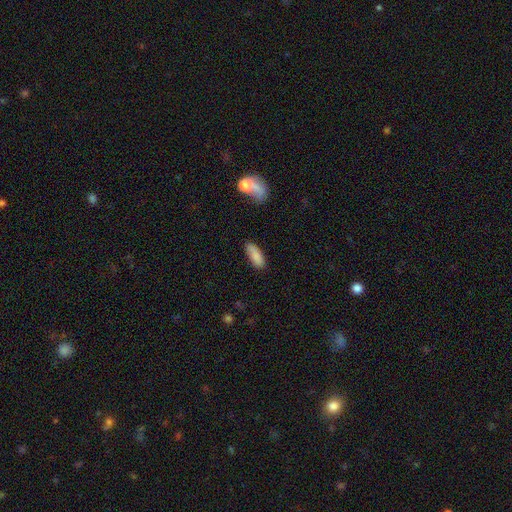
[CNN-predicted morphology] This appears to be a smooth galaxy with no disk features (85%) that is in between round and cigar-shaped (74%). Merging: none (77%).